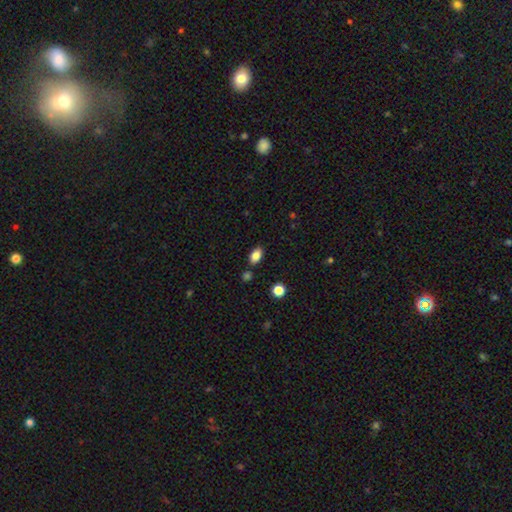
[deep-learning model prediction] Morphology: type=smooth (85%); roundness=in between (89%); merging=none (83%).